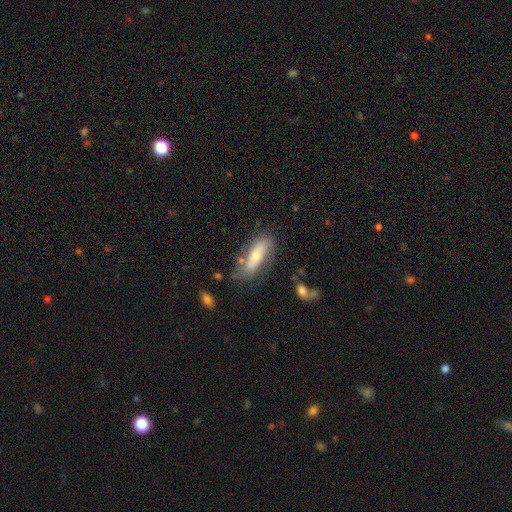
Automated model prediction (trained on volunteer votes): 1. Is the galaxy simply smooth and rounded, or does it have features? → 49% smooth, 43% featured or disk, 7% star or artifact.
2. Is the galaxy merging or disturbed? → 68% none, 19% minor disturbance, 7% major disturbance, 6% merger.